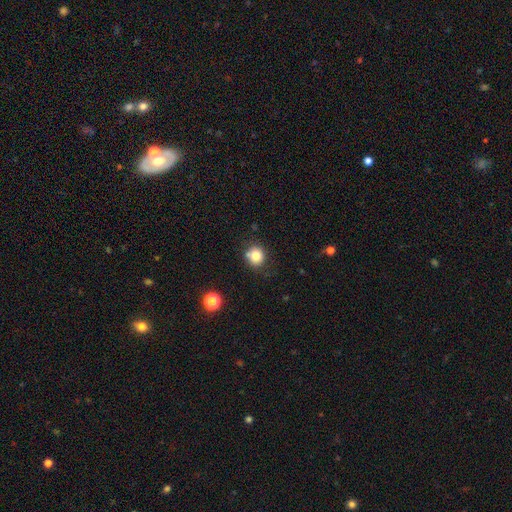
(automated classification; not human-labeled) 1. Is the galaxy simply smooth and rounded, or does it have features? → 80% smooth, 12% star or artifact, 9% featured or disk.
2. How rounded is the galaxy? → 86% round, 13% in between, 1% cigar-shaped.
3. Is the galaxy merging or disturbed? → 71% none, 16% minor disturbance, 8% merger, 4% major disturbance.